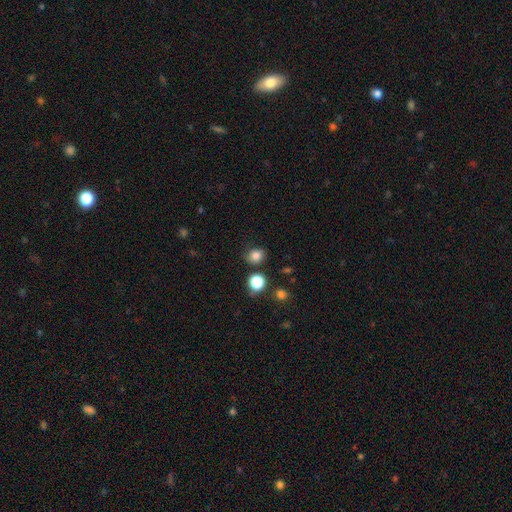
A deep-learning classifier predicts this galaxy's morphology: Smooth or featured: smooth — 82% (star or artifact — 13%)
How rounded: round — 71% (in between — 28%)
Merging: none — 75% (minor disturbance — 16%)